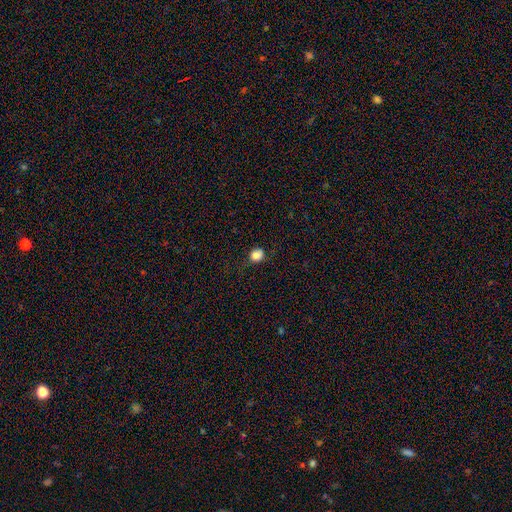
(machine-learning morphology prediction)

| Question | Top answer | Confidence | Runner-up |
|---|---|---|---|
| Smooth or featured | smooth | 84% | star or artifact (11%) |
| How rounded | round | 71% | in between (28%) |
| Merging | none | 76% | minor disturbance (18%) |